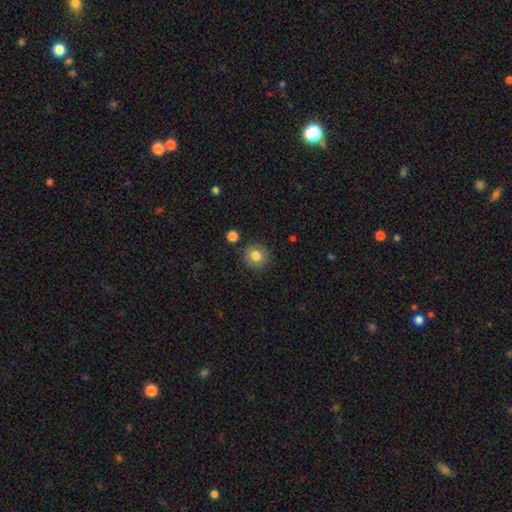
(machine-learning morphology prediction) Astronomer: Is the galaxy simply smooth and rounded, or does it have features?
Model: smooth — 80%.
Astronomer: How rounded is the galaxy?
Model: round — 87%.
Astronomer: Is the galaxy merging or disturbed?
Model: none — 84%.